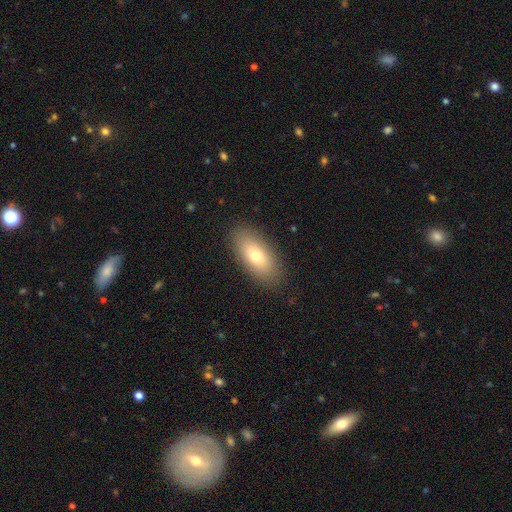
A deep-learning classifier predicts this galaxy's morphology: A smooth galaxy with no disk features (71%) that is in between round and cigar-shaped (87%). Merging: none (88%).